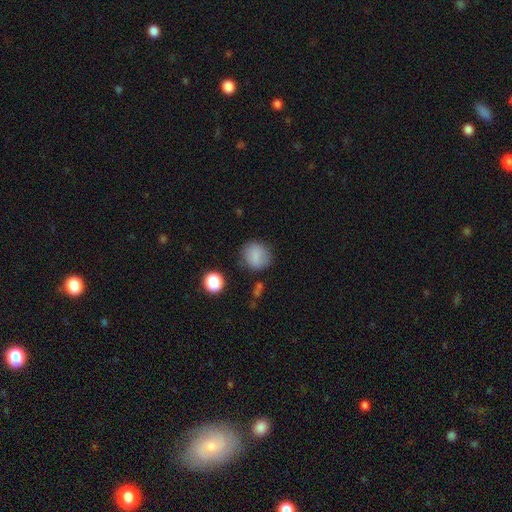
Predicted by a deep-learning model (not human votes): smooth_or_featured: smooth (p=0.82) [alt: star or artifact p=0.10]
how_rounded: round (p=0.80) [alt: in between p=0.19]
merging: none (p=0.79) [alt: minor disturbance p=0.14]